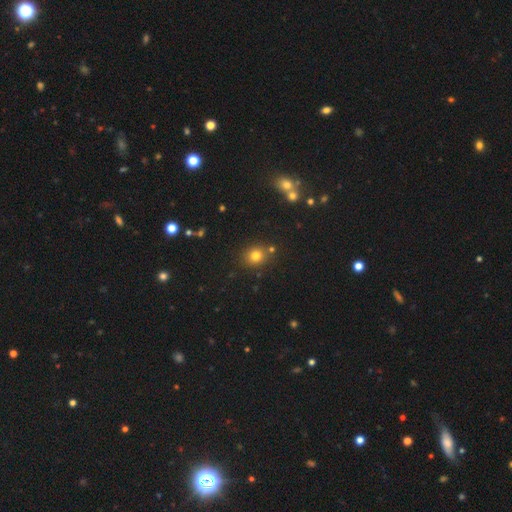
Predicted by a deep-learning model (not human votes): Smooth or featured: smooth — 76% (star or artifact — 16%)
How rounded: round — 78% (in between — 21%)
Merging: none — 81% (minor disturbance — 9%)